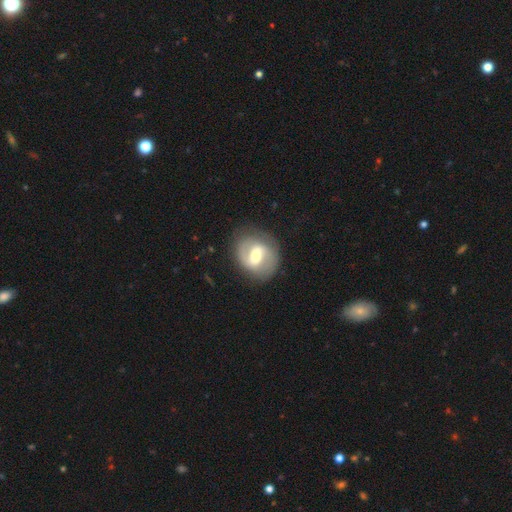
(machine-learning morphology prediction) Smooth or featured? Predicted: featured or disk (p=0.75). Edge-on disk? Predicted: no (p=0.97). Bar? Predicted: weak (p=0.50). Spiral arms? Predicted: yes (p=0.86). Spiral winding? Predicted: medium (p=0.47). Spiral arm count? Predicted: 2 (p=0.86). Bulge size? Predicted: moderate (p=0.65). Merging? Predicted: none (p=0.83).